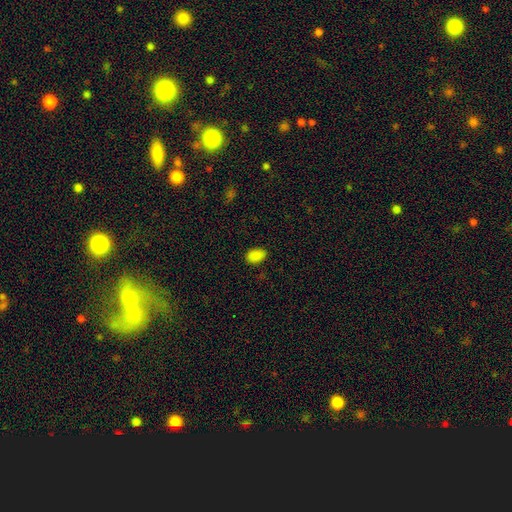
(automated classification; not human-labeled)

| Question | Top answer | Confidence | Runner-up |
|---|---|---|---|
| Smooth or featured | smooth | 87% | star or artifact (10%) |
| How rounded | in between | 86% | round (13%) |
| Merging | none | 86% | minor disturbance (11%) |